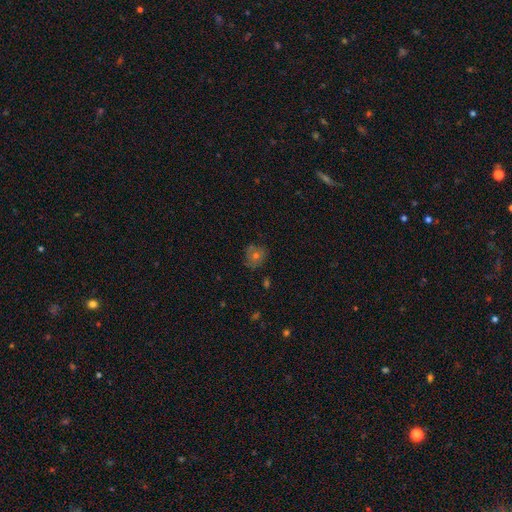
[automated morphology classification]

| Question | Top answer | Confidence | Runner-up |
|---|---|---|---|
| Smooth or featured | smooth | 51% | featured or disk (29%) |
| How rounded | round | 84% | in between (15%) |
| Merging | none | 76% | minor disturbance (17%) |